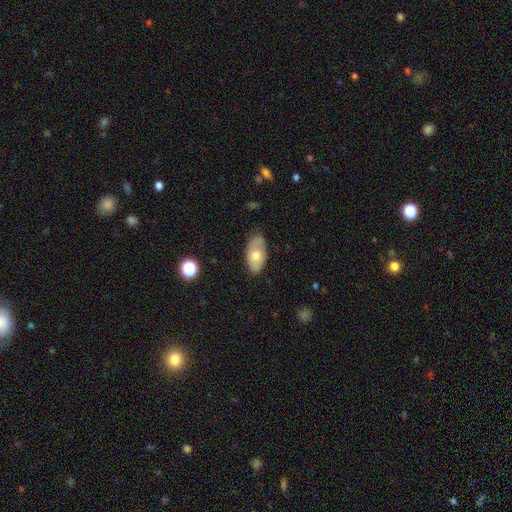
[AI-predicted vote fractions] Smooth or featured? smooth (59%)
How rounded? in between (92%)
Merging? none (71%)